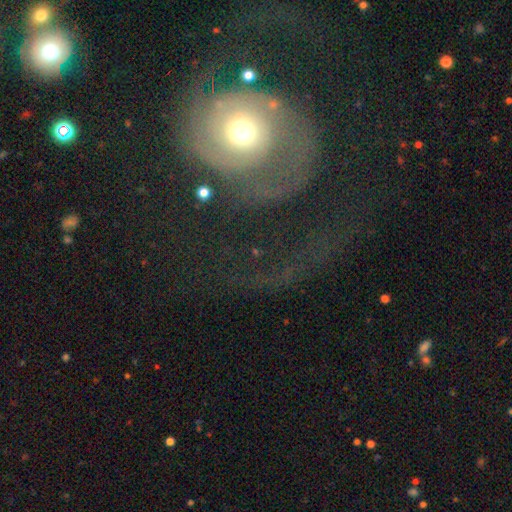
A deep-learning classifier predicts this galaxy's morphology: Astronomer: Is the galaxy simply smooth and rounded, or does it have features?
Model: featured or disk — 76%.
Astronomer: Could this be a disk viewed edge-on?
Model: no — 97%.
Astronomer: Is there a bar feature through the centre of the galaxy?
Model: no — 77%.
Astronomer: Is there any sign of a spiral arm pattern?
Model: yes — 84%.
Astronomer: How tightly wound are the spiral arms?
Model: medium — 38%, tied with loose at 38%.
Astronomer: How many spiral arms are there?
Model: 2 — 67%.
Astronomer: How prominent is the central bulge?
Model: moderate — 66%.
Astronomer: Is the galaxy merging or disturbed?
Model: none — 44% (runner-up: major disturbance, 41%).